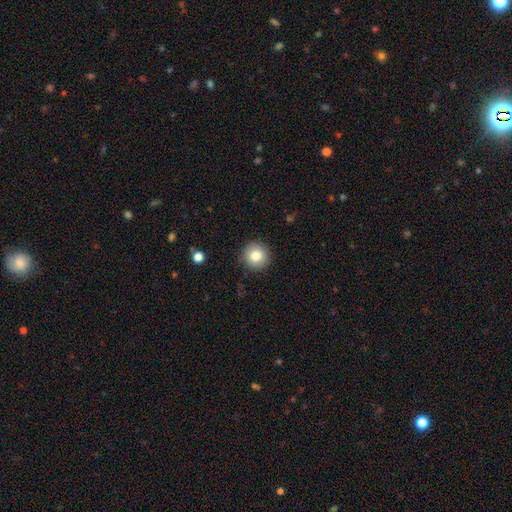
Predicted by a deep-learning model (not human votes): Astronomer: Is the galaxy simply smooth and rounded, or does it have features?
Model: smooth — 82%.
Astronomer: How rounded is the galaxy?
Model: round — 95%.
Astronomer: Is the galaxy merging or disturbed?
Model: none — 90%.